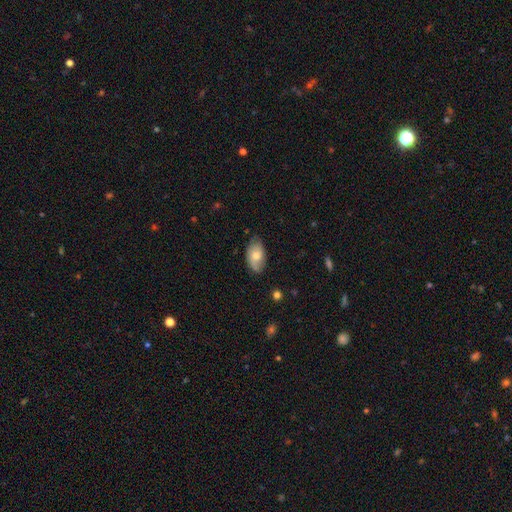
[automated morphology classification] This appears to be a smooth galaxy with no disk features (62%) that is in between round and cigar-shaped (92%). Merging: none (71%).